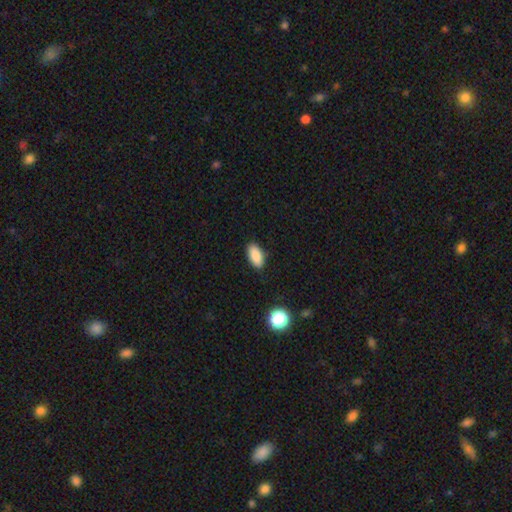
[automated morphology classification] This is clearly a smooth galaxy (88%). How rounded: clearly in between (90%). Merging: clearly none (87%).